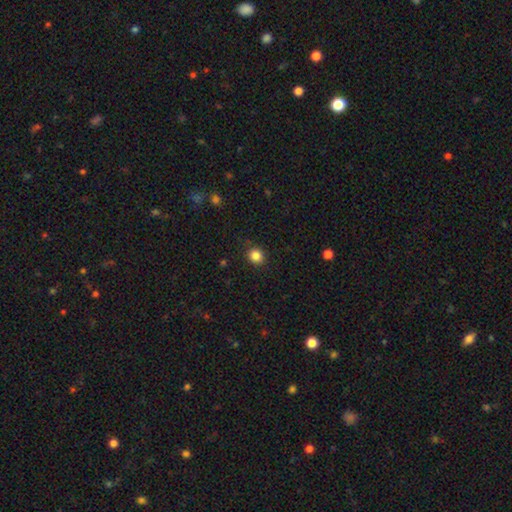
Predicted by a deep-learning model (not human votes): Smooth or featured?
  - smooth: 85% *
  - star or artifact: 11%
  - featured or disk: 4%
How rounded?
  - round: 82% *
  - in between: 17%
  - cigar-shaped: 1%
Merging?
  - none: 89% *
  - minor disturbance: 7%
  - major disturbance: 2%
  - merger: 1%